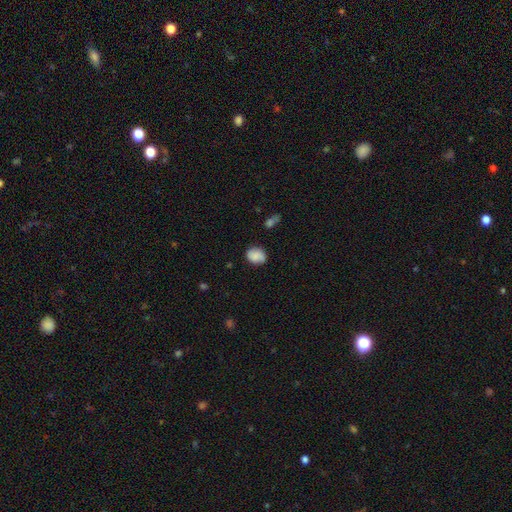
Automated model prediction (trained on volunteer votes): The model was most divided on "how rounded": round: 50%, in between: 49%, cigar-shaped: 1%. More confident: merging — none (77%); smooth or featured — smooth (76%).